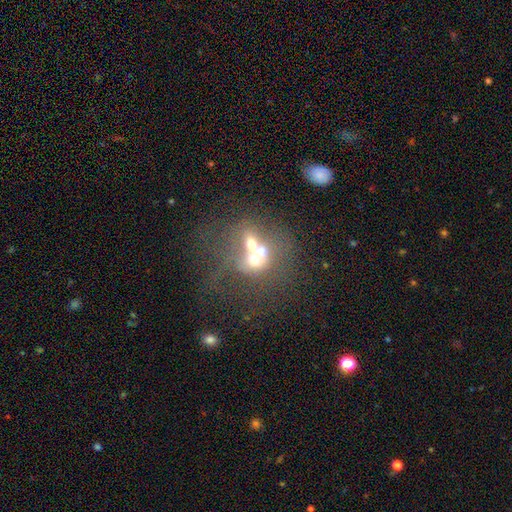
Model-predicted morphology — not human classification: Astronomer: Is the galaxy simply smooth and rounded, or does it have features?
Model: smooth — 43% (runner-up: featured or disk, 38%).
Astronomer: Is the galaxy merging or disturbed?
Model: merger — 61%.